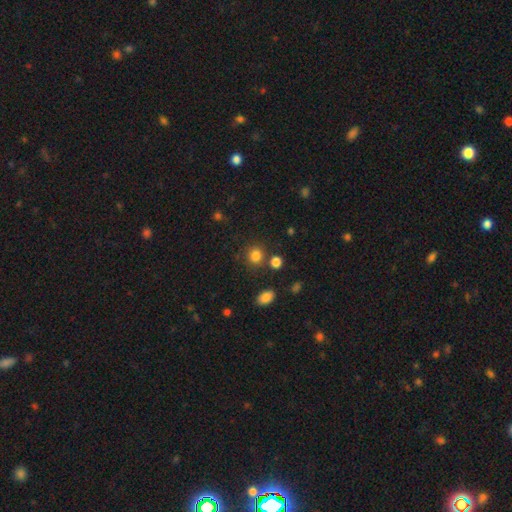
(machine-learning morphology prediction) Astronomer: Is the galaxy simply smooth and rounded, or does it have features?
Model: smooth — 82%.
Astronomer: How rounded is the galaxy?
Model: round — 85%.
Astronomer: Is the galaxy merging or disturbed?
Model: none — 79%.